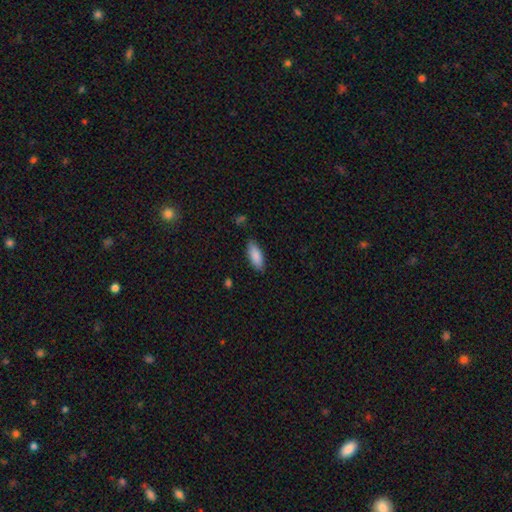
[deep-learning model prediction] A smooth galaxy with no disk features (88%) that is in between round and cigar-shaped (79%). Merging: none (84%).